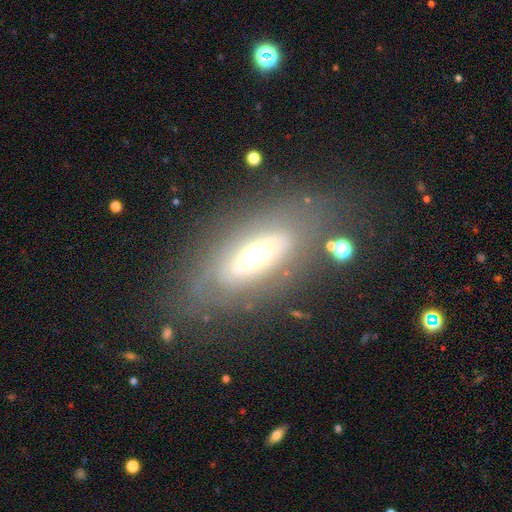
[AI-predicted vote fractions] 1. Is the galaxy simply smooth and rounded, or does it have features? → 60% featured or disk, 31% smooth, 9% star or artifact.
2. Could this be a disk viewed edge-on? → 75% no, 25% yes.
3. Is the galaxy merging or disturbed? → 74% none, 15% minor disturbance, 9% major disturbance, 2% merger.